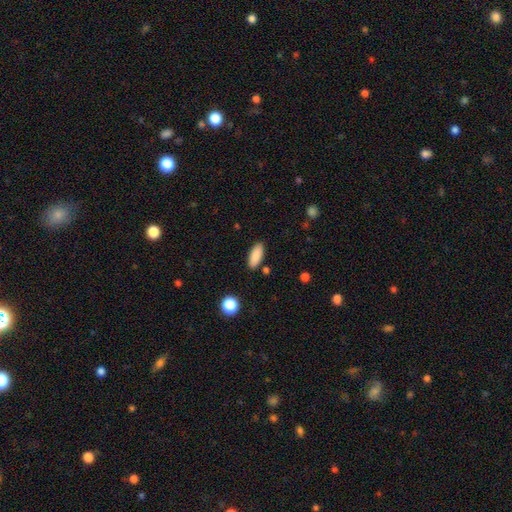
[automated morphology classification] Overall: smooth (88%). How rounded: in between (81%). Merging: none (87%).